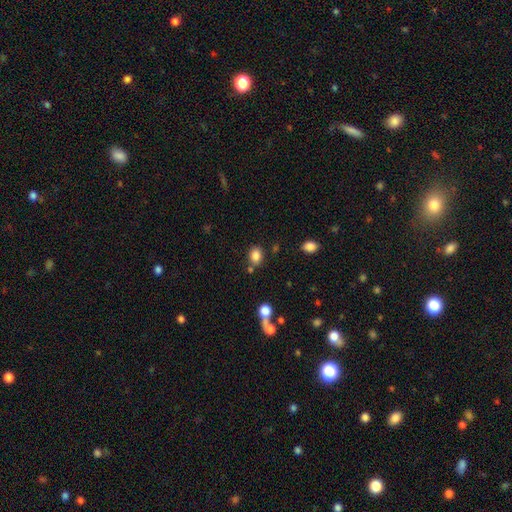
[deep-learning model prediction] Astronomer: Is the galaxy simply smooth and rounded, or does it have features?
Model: smooth — 84%.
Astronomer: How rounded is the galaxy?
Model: in between — 60% (runner-up: round, 39%).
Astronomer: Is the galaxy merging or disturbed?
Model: none — 75%.